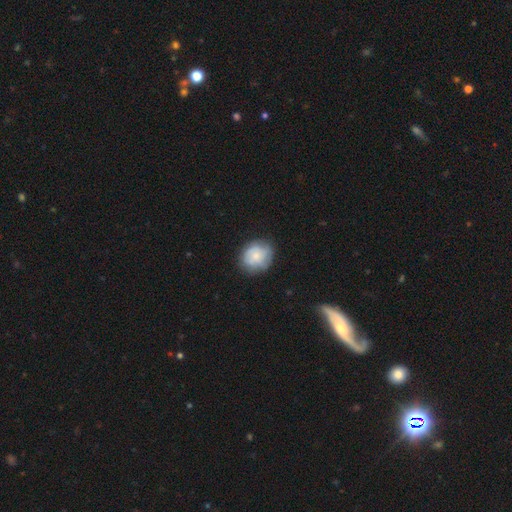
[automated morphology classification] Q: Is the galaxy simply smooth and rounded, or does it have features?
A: smooth — 59%.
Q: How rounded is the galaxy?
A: round — 74%.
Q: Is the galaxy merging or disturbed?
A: none — 75%.